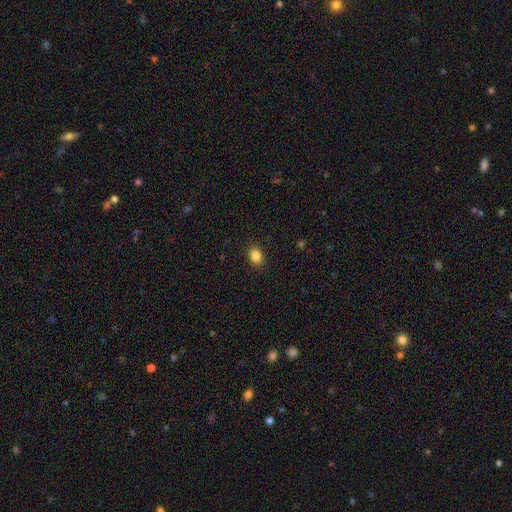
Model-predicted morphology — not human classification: The model was most divided on "how rounded": in between: 65%, round: 33%, cigar-shaped: 1%. More confident: merging — none (89%); smooth or featured — smooth (85%).